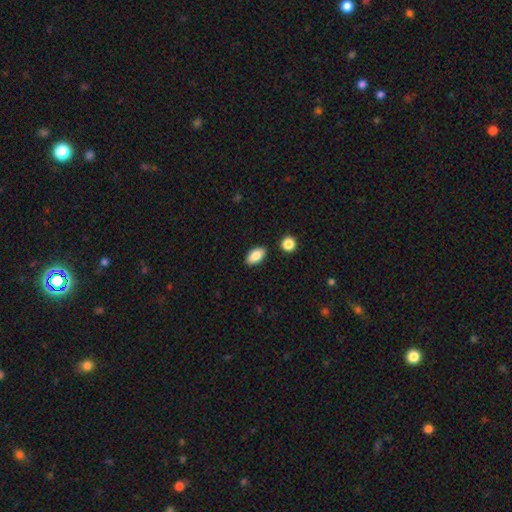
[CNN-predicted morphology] A smooth galaxy with no disk features (85%) that is in between round and cigar-shaped (92%). Merging: none (87%).